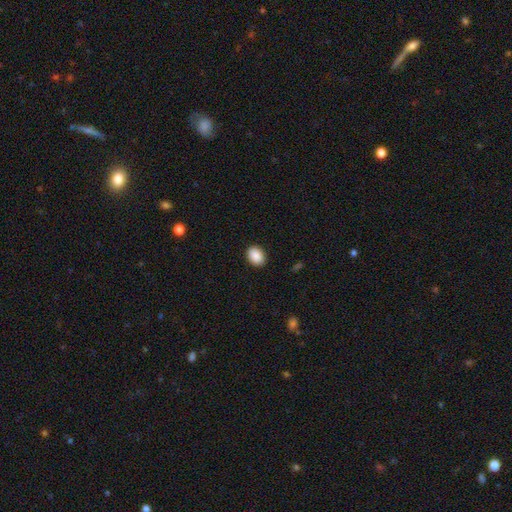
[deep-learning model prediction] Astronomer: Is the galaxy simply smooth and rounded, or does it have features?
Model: smooth — 90%.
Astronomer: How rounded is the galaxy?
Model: in between — 72%.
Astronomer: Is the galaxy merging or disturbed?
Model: none — 90%.